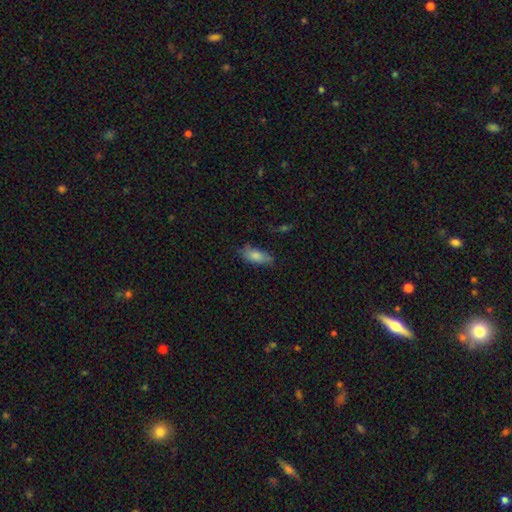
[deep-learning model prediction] This is clearly a smooth galaxy (80%). How rounded: clearly in between (82%). Merging: likely none (65%).